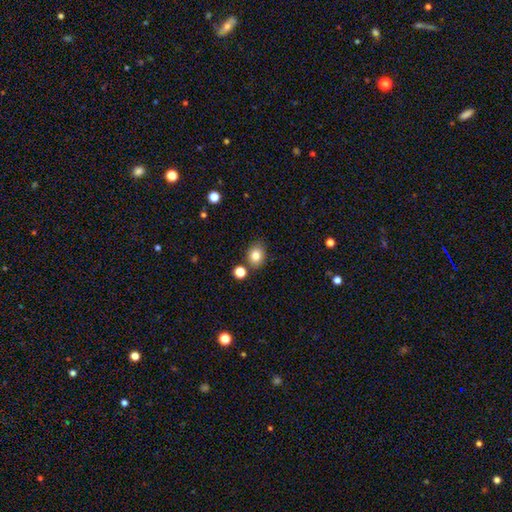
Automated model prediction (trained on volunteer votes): Morphology: type=smooth (82%); roundness=round (57%); merging=none (78%).